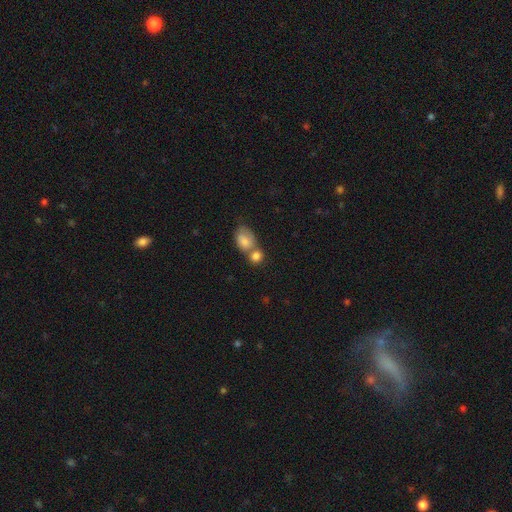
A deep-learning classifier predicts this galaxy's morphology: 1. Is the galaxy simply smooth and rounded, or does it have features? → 82% smooth, 10% featured or disk, 8% star or artifact.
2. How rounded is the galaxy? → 49% round (tied), 49% in between (tied), 2% cigar-shaped.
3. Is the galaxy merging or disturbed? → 57% merger, 31% none, 8% minor disturbance, 4% major disturbance.